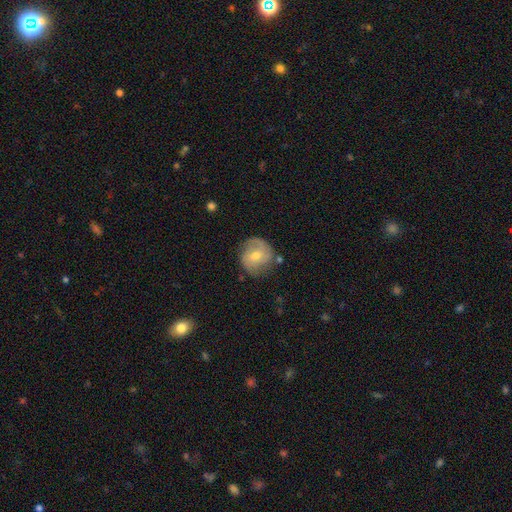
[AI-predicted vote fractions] Smooth or featured? featured or disk (57%)
Edge-on disk? no (97%)
Bar? no (52%)
Spiral arms? yes (82%)
Bulge size? moderate (59%)
Merging? none (72%)